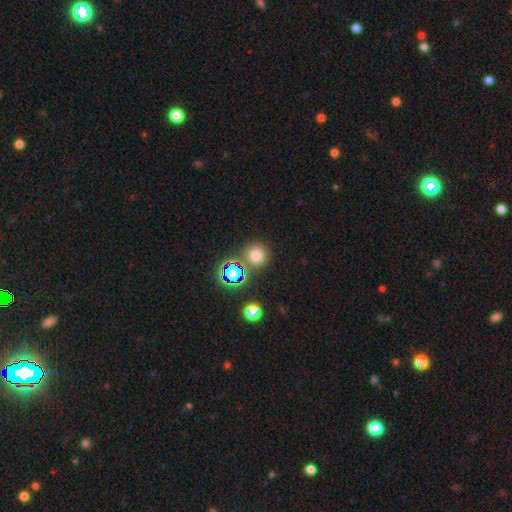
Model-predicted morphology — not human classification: Smooth or featured: smooth — 71% (star or artifact — 23%)
How rounded: round — 90% (in between — 9%)
Merging: none — 78% (merger — 10%)